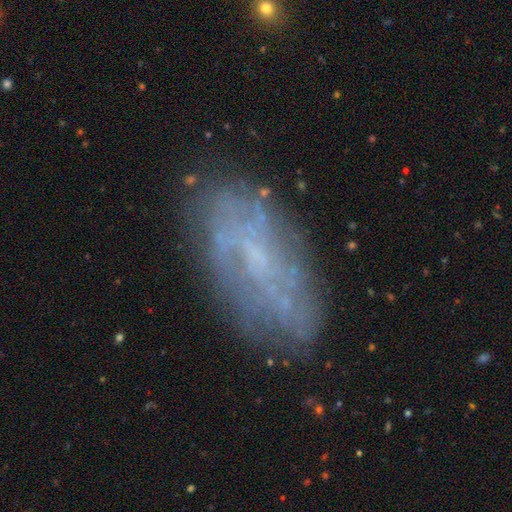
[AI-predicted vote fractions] The model was most divided on "spiral arms": no: 52%, yes: 48%. More confident: edge-on disk — no (92%); merging — none (73%); bar — no (68%); smooth or featured — featured or disk (60%); bulge size — small (51%).